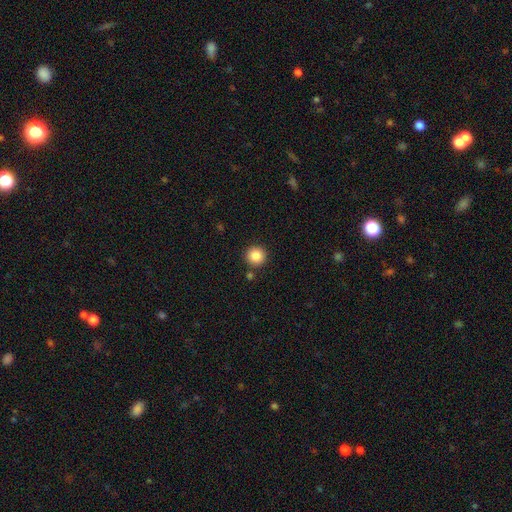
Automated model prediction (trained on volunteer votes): Smooth or featured: smooth — 86% (star or artifact — 10%)
How rounded: round — 95% (in between — 4%)
Merging: none — 88% (minor disturbance — 6%)